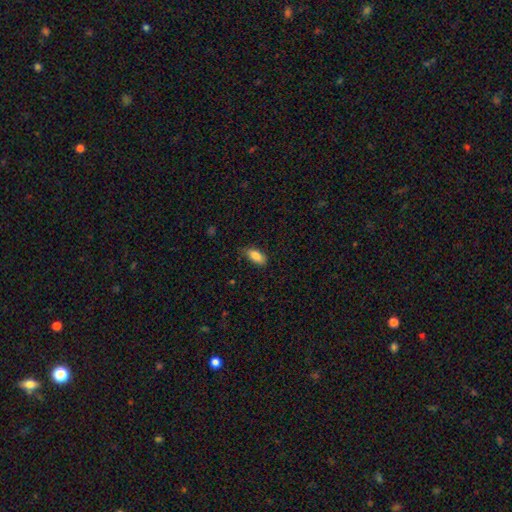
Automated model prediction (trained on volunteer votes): smooth-or-featured: smooth: 86% | featured or disk: 7% | star or artifact: 7%
  how-rounded: in between: 88% | cigar-shaped: 9% | round: 3%
  merging: none: 76% | minor disturbance: 19% | major disturbance: 3% | merger: 1%